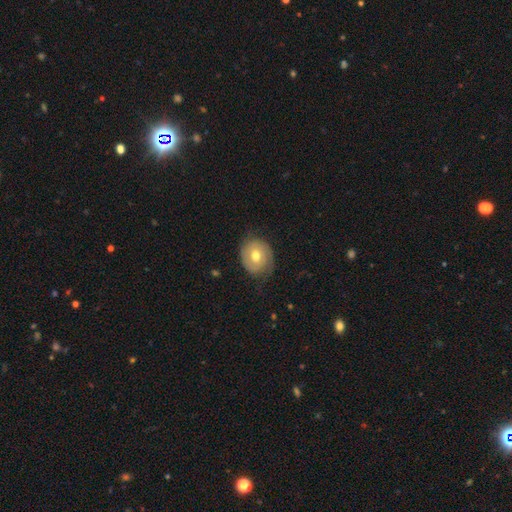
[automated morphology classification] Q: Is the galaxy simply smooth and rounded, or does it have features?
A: smooth — 48%.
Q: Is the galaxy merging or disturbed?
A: none — 67%.